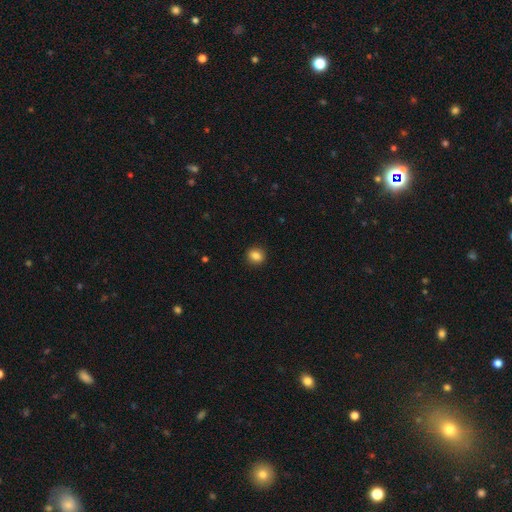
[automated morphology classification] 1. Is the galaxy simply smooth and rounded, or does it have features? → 85% smooth, 10% star or artifact, 5% featured or disk.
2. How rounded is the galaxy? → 75% round, 24% in between, 1% cigar-shaped.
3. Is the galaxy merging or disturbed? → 91% none, 6% minor disturbance, 2% major disturbance, 1% merger.